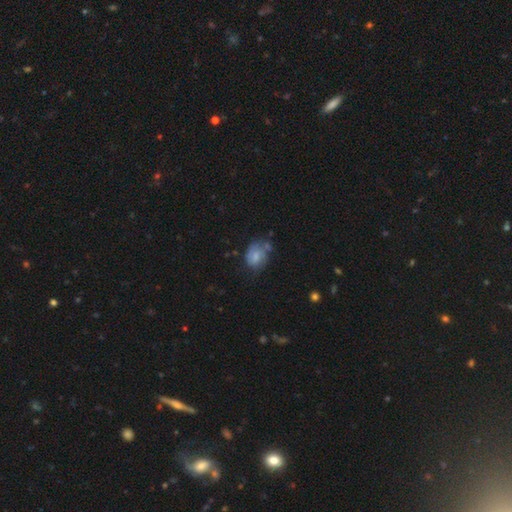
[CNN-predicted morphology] Smooth or featured? Predicted: smooth (p=0.56). How rounded? Predicted: in between (p=0.61). Merging? Predicted: none (p=0.44).